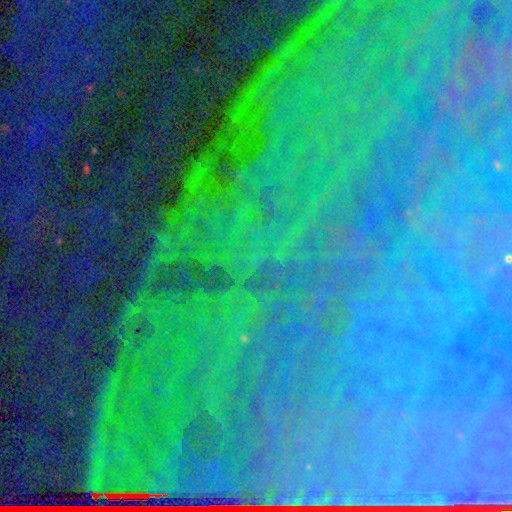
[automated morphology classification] Smooth or featured? Predicted: star or artifact (p=0.80).